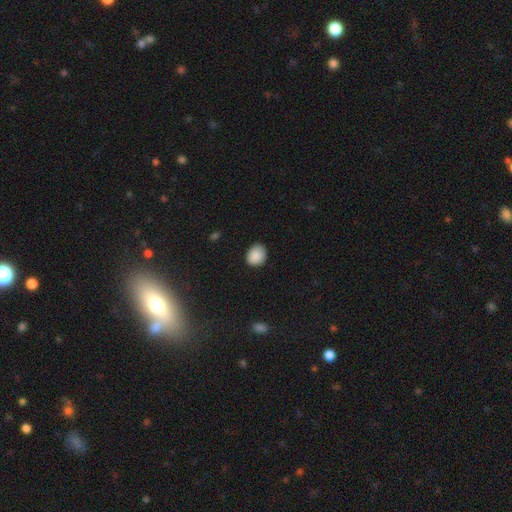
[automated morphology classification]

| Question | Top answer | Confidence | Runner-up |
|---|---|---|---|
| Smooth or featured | smooth | 89% | star or artifact (8%) |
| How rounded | round | 60% | in between (39%) |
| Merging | none | 84% | minor disturbance (13%) |